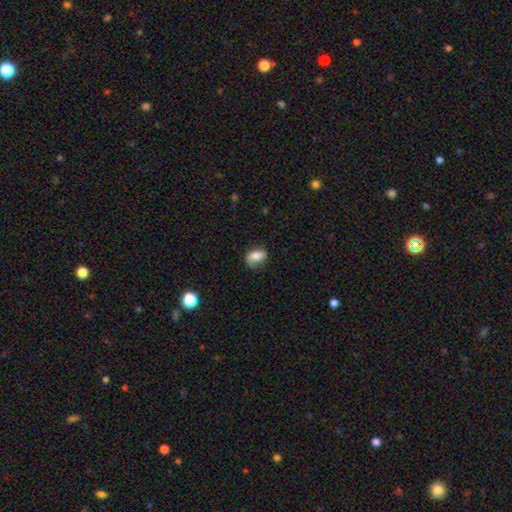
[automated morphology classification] Smooth or featured? Predicted: smooth (p=0.63). How rounded? Predicted: in between (p=0.75). Merging? Predicted: none (p=0.59).